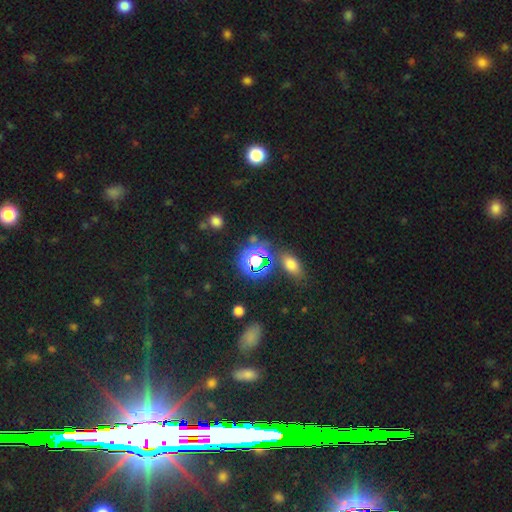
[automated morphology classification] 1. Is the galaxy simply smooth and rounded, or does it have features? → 63% star or artifact, 26% smooth, 11% featured or disk.